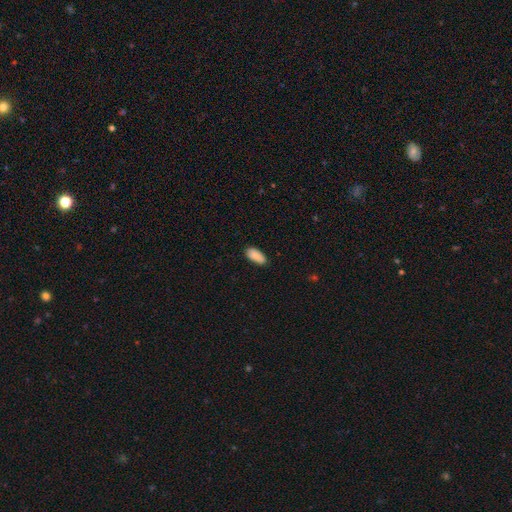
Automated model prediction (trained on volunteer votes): smooth 89%, star or artifact 6%, featured or disk 5%. Down the decision tree: how rounded — in between (90%); merging — none (86%).